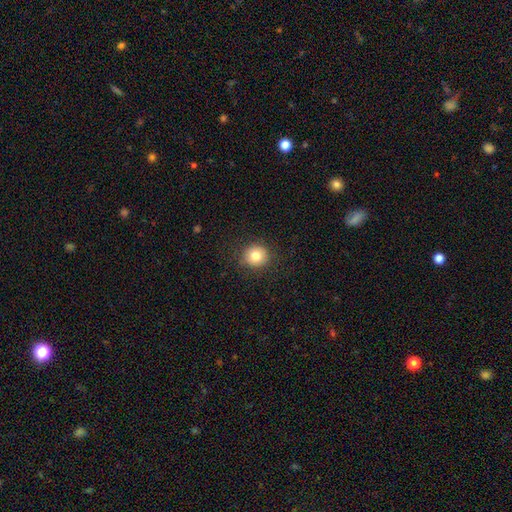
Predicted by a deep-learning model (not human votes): Smooth or featured: smooth — 81% (star or artifact — 10%)
How rounded: round — 91% (in between — 8%)
Merging: none — 89% (minor disturbance — 8%)